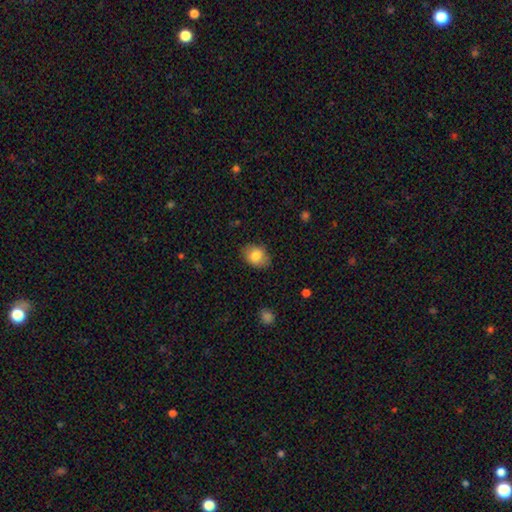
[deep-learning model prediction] Overall: smooth (82%). How rounded: in between (73%). Merging: none (81%).